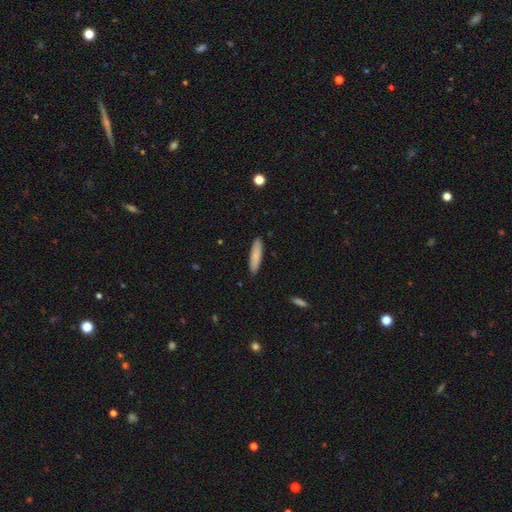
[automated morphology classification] type=smooth (84%); roundness=cigar-shaped (76%); merging=none (90%).